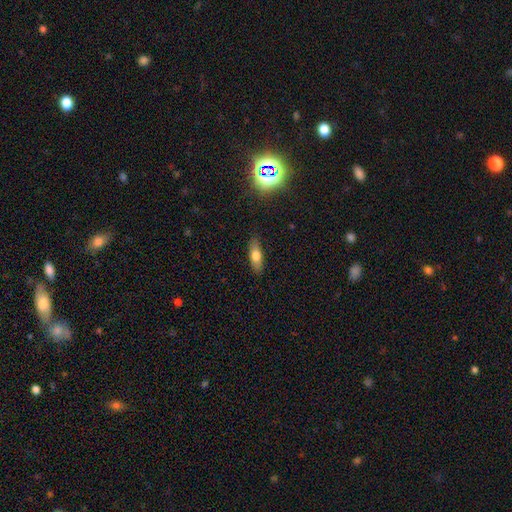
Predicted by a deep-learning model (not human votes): Q: Smooth or featured?
A: smooth (70%); runner-up: featured or disk (22%)
Q: How rounded?
A: in between (57%); runner-up: cigar-shaped (40%)
Q: Merging?
A: none (85%); runner-up: minor disturbance (11%)